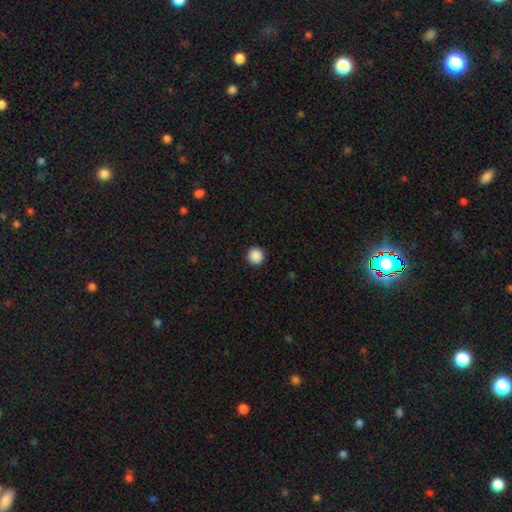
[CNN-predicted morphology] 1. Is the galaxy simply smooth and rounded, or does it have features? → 89% smooth, 9% star or artifact, 2% featured or disk.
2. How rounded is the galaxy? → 93% round, 6% in between, 1% cigar-shaped.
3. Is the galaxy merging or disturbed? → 93% none, 5% minor disturbance, 2% major disturbance, 1% merger.